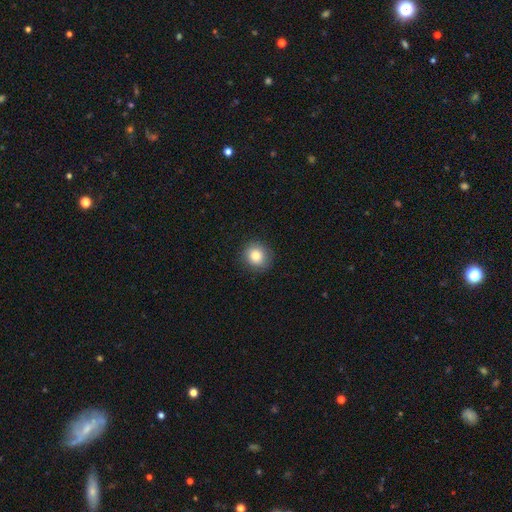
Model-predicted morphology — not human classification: The model was most divided on "smooth or featured": smooth: 84%, star or artifact: 10%, featured or disk: 7%. More confident: merging — none (88%); how rounded — round (87%).